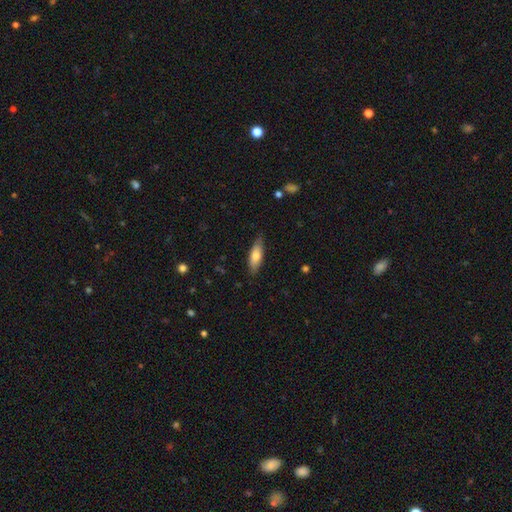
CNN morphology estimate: This is likely a smooth galaxy (71%). How rounded: possibly in between (56%). Merging: clearly none (81%).